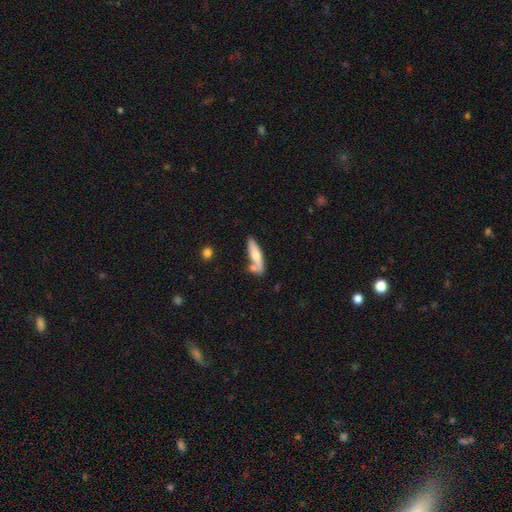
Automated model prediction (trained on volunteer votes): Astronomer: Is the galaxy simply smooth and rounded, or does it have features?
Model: smooth — 65%.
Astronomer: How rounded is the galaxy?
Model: cigar-shaped — 70%.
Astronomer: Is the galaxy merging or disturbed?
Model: none — 58%.